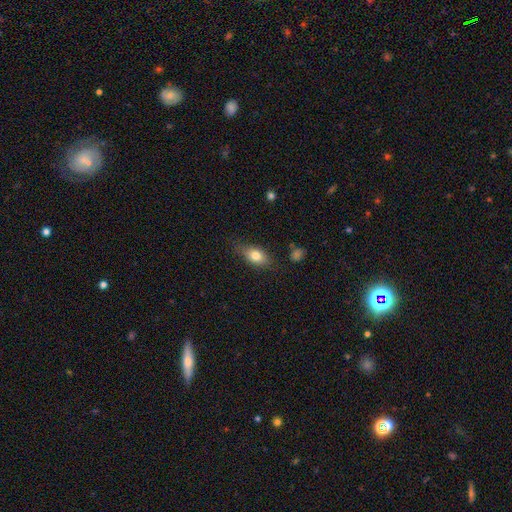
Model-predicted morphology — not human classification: type=smooth (78%); roundness=in between (81%); merging=none (73%).